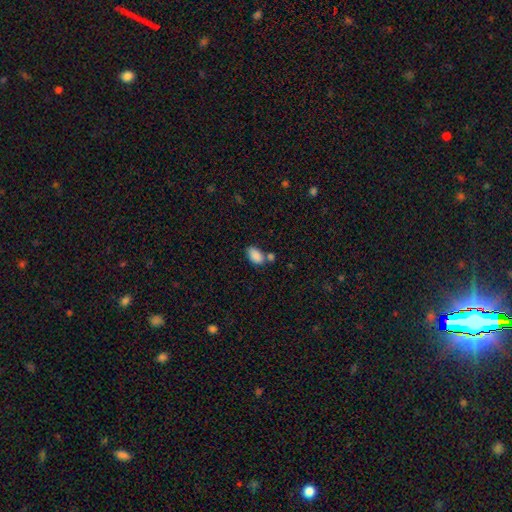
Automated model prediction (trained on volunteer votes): Smooth or featured? smooth (87%)
How rounded? in between (93%)
Merging? none (58%)